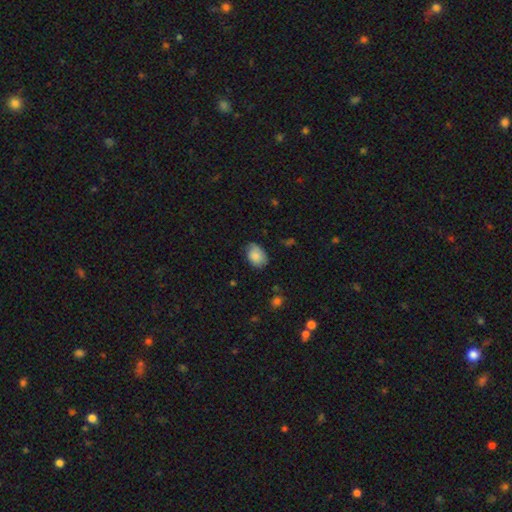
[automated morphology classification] Smooth or featured?
  - smooth: 84% *
  - featured or disk: 9%
  - star or artifact: 7%
How rounded?
  - in between: 79% *
  - round: 20%
  - cigar-shaped: 1%
Merging?
  - none: 68% *
  - minor disturbance: 26%
  - major disturbance: 5%
  - merger: 1%